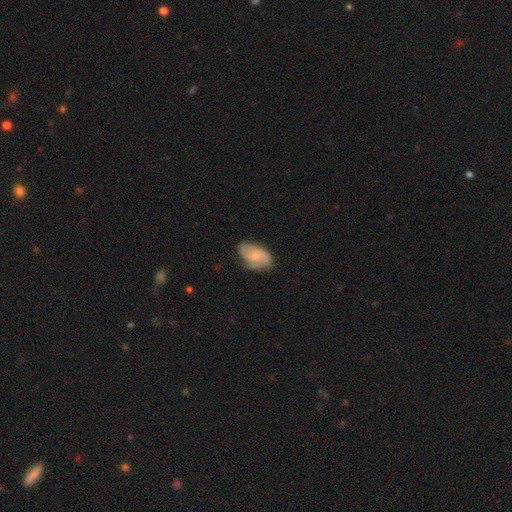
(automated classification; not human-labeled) featured or disk 52%, smooth 41%, star or artifact 7%. Down the decision tree: edge-on disk — no (96%); bar — no (66%); spiral arms — yes (89%); bulge size — small (56%); merging — none (65%).